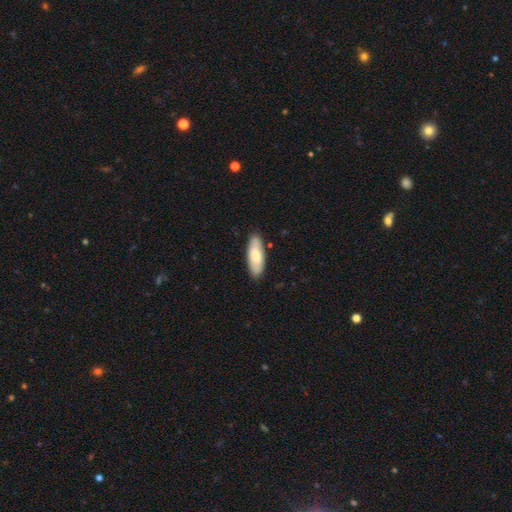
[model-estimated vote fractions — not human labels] Smooth or featured?
  - smooth: 69% *
  - featured or disk: 25%
  - star or artifact: 5%
How rounded?
  - in between: 70% *
  - cigar-shaped: 29%
  - round: 2%
Merging?
  - none: 85% *
  - minor disturbance: 11%
  - major disturbance: 2%
  - merger: 1%